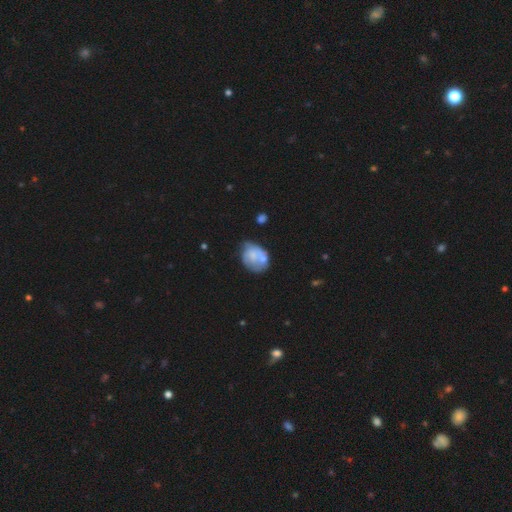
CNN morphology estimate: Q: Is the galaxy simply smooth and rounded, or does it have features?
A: smooth — 55%.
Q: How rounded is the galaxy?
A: in between — 58%.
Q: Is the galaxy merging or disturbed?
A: none — 37%.